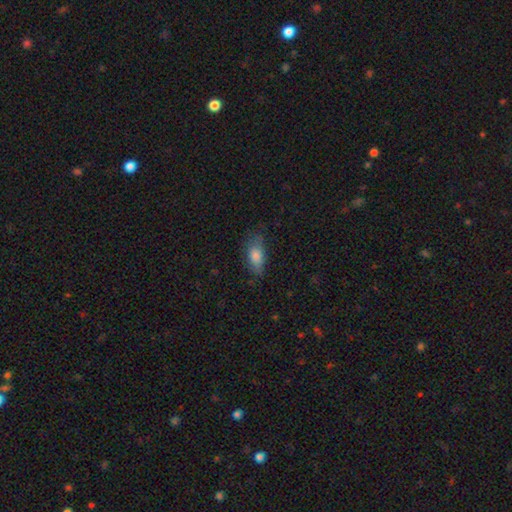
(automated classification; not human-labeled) This is likely a smooth galaxy (79%). How rounded: clearly in between (84%). Merging: likely none (65%).